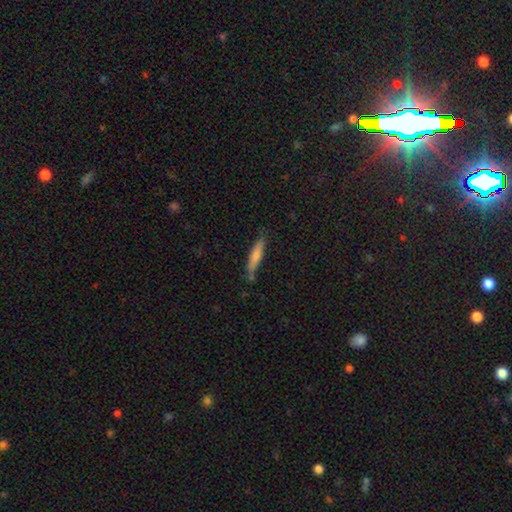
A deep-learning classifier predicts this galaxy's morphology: smooth-or-featured: smooth: 72% | featured or disk: 22% | star or artifact: 6%
  how-rounded: cigar-shaped: 88% | in between: 11% | round: 1%
  merging: none: 73% | minor disturbance: 19% | merger: 4% | major disturbance: 4%